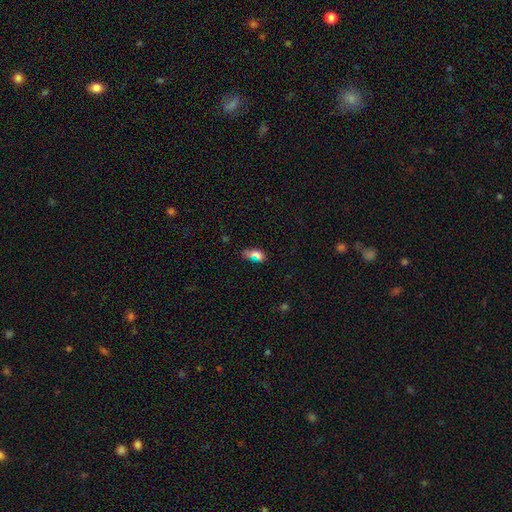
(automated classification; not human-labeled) Overall: smooth (70%). How rounded: in between (80%). Merging: none (45%; minor disturbance 27%).